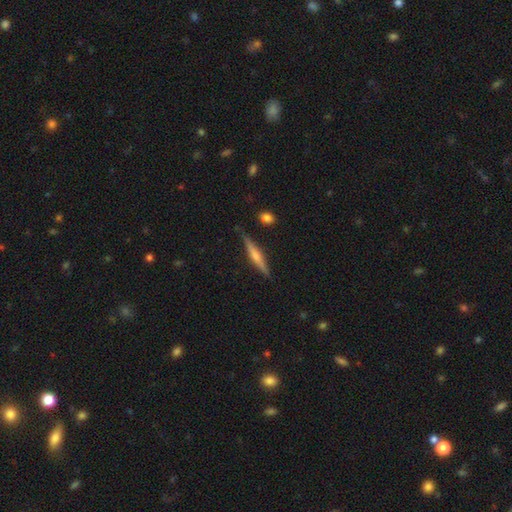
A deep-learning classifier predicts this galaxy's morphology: Smooth or featured?
  - featured or disk: 53% *
  - smooth: 41%
  - star or artifact: 6%
Edge-on disk?
  - yes: 96% *
  - no: 4%
Edge-on bulge?
  - rounded: 66% *
  - none: 21%
  - boxy: 13%
Merging?
  - none: 83% *
  - minor disturbance: 12%
  - major disturbance: 2%
  - merger: 2%